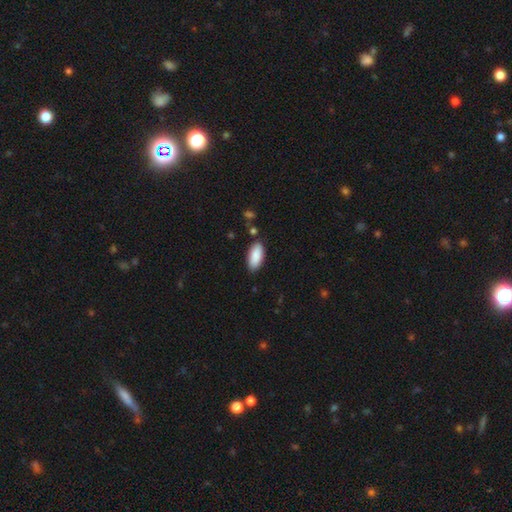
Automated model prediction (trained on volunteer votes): A smooth galaxy with no disk features (89%) that is in between round and cigar-shaped (89%). Merging: none (85%).